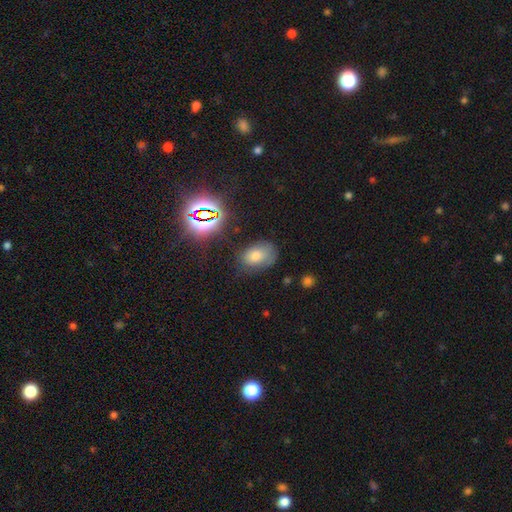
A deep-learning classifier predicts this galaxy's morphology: This is possibly a smooth galaxy (59%). How rounded: clearly in between (82%). Merging: likely none (64%).